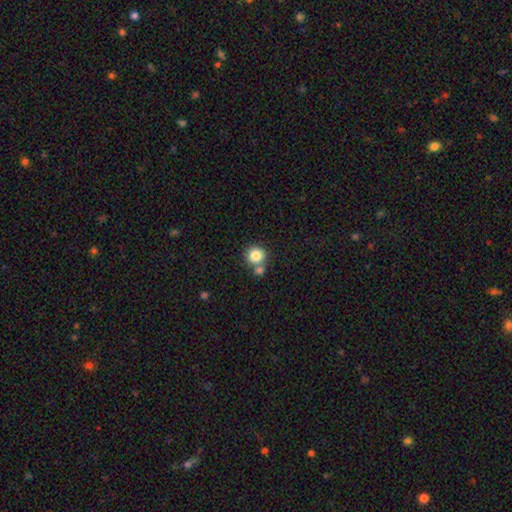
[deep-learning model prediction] Smooth or featured? smooth (83%)
How rounded? round (91%)
Merging? none (61%)